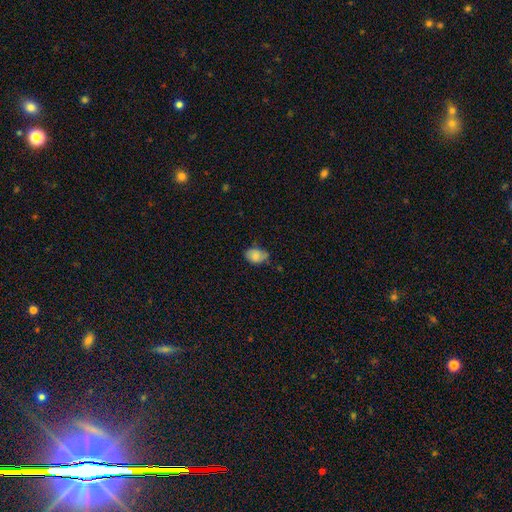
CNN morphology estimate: smooth 81%, featured or disk 11%, star or artifact 8%. Down the decision tree: how rounded — in between (76%); merging — none (55%).